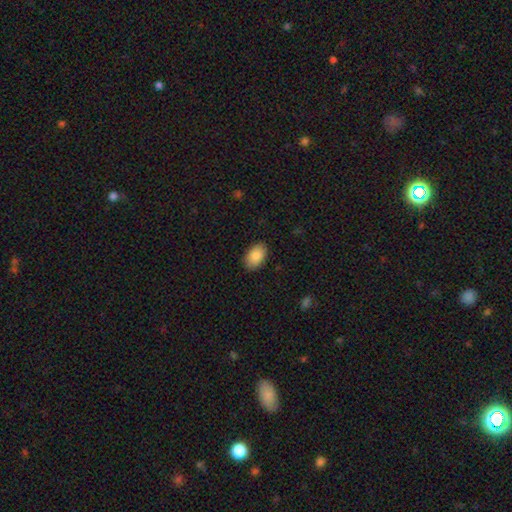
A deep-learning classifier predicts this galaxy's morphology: Smooth or featured? smooth (88%)
How rounded? in between (90%)
Merging? none (88%)